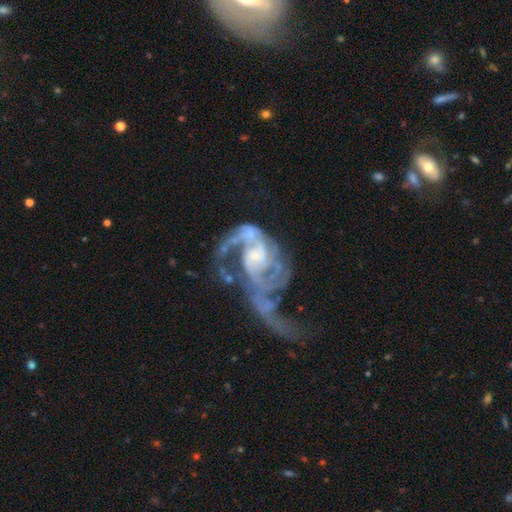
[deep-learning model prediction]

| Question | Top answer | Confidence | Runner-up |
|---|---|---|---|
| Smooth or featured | featured or disk | 89% | star or artifact (6%) |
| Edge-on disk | no | 98% | yes (2%) |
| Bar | no | 56% | weak (33%) |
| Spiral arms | yes | 94% | no (6%) |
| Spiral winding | medium | 43% | loose (34%) |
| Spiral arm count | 2 | 49% | can't tell (16%) |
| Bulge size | small | 55% | moderate (27%) |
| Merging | major disturbance | 52% | none (21%) |